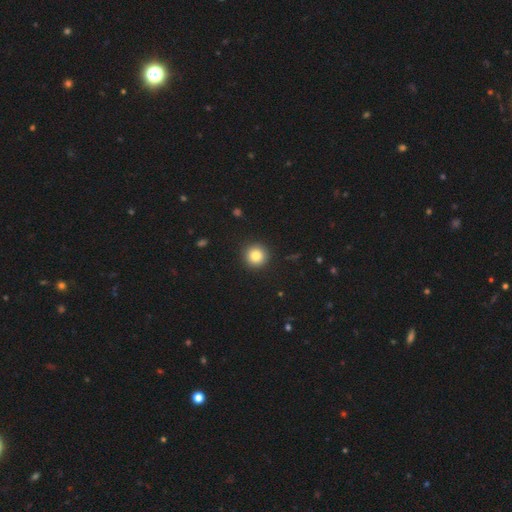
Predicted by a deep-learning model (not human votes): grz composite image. It shows a smooth galaxy with no disk features (83%) that is round (95%). Merging: none (92%).